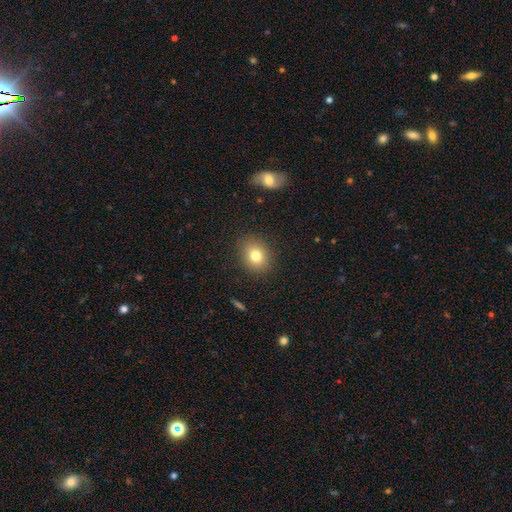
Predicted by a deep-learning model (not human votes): Overall: smooth (78%). How rounded: round (56%; in between 43%). Merging: none (87%).